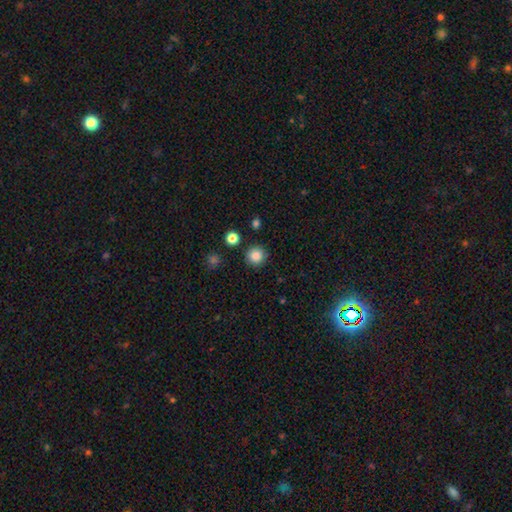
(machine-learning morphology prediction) type=smooth (86%); roundness=round (94%); merging=none (89%).